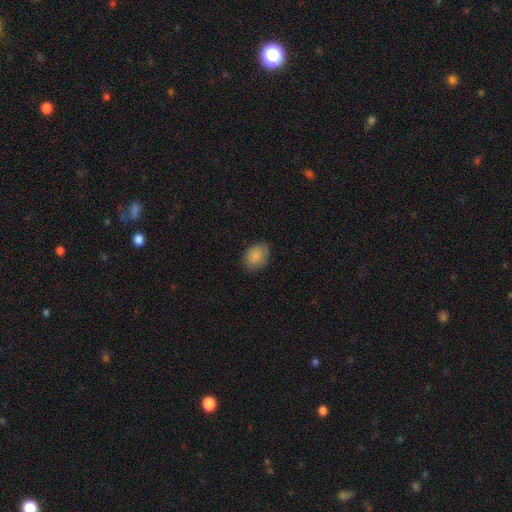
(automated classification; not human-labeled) Q: Smooth or featured?
A: smooth (87%); runner-up: star or artifact (8%)
Q: How rounded?
A: in between (61%); runner-up: round (38%)
Q: Merging?
A: none (79%); runner-up: minor disturbance (16%)